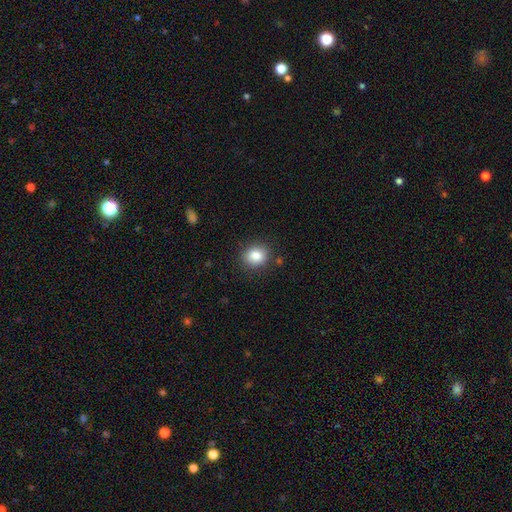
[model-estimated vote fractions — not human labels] smooth-or-featured: smooth: 85% | star or artifact: 10% | featured or disk: 5%
  how-rounded: round: 69% | in between: 30% | cigar-shaped: 1%
  merging: none: 86% | minor disturbance: 9% | major disturbance: 3% | merger: 2%